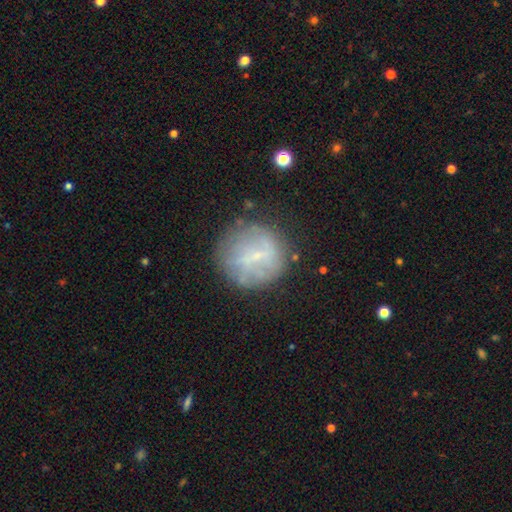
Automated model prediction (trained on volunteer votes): This is possibly a featured or disk galaxy (46%). Merging: likely none (73%).